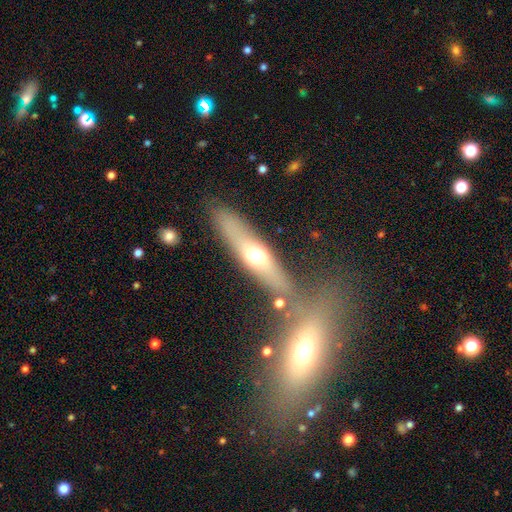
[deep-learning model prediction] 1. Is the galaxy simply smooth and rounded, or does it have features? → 51% smooth, 40% featured or disk, 9% star or artifact.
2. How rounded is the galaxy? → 68% cigar-shaped, 29% in between, 4% round.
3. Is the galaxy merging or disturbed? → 76% none, 11% minor disturbance, 8% merger, 5% major disturbance.